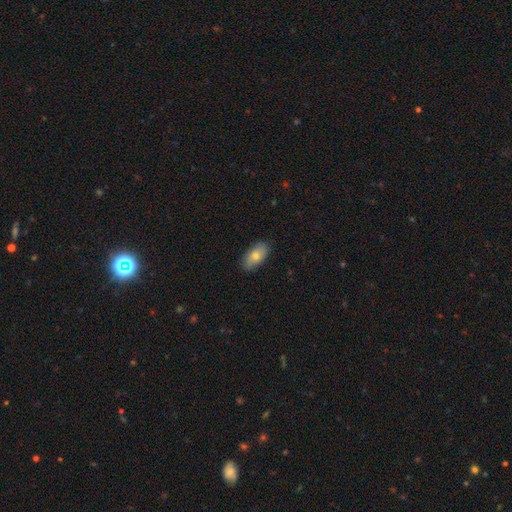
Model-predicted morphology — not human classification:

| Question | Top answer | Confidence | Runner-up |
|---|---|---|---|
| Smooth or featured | smooth | 70% | featured or disk (23%) |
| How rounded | in between | 91% | cigar-shaped (5%) |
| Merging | none | 86% | minor disturbance (11%) |